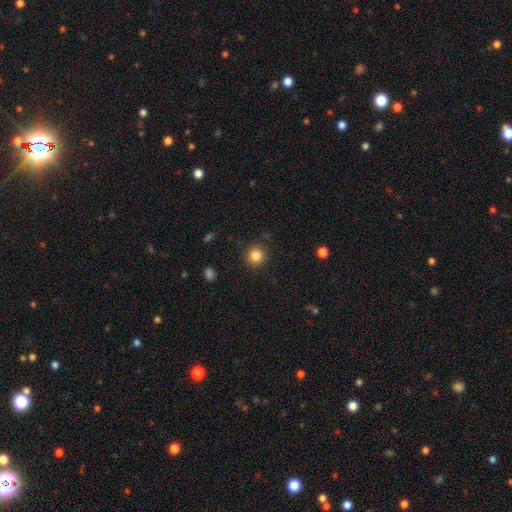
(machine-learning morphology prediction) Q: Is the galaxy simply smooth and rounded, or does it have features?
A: smooth — 85%.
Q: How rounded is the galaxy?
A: round — 92%.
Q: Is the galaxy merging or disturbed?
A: none — 89%.